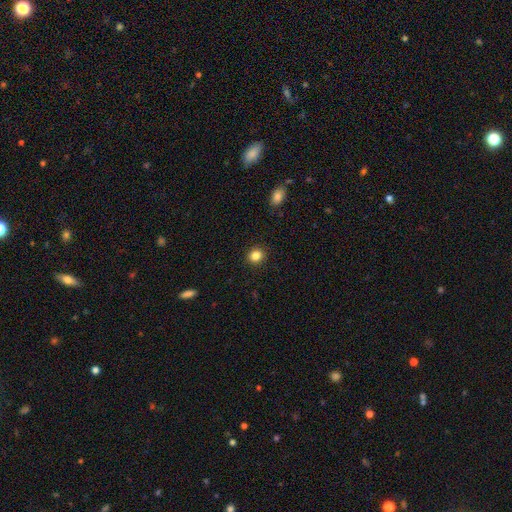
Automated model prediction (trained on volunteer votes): This appears to be a smooth galaxy with no disk features (84%) that is round (86%). Merging: none (92%).